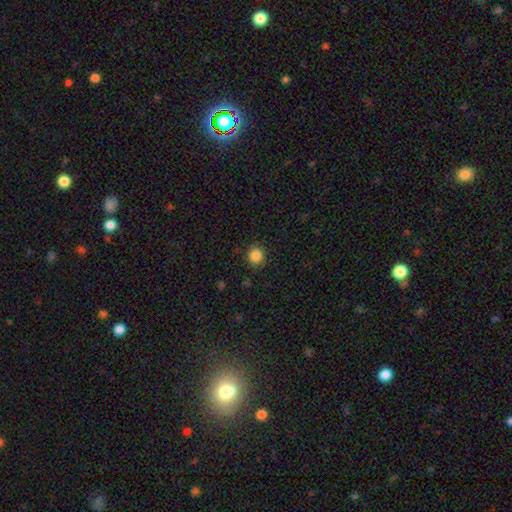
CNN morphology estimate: smooth 86%, star or artifact 10%, featured or disk 4%. Down the decision tree: how rounded — round (85%); merging — none (90%).